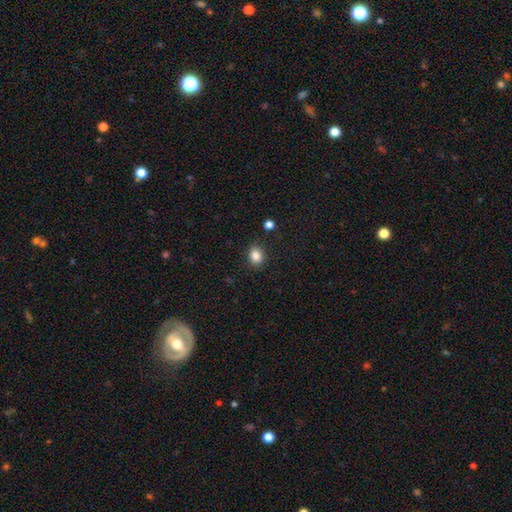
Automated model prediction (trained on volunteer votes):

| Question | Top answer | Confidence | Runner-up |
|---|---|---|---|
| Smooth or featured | smooth | 85% | star or artifact (10%) |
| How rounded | in between | 51% | round (48%) |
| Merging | none | 87% | minor disturbance (9%) |